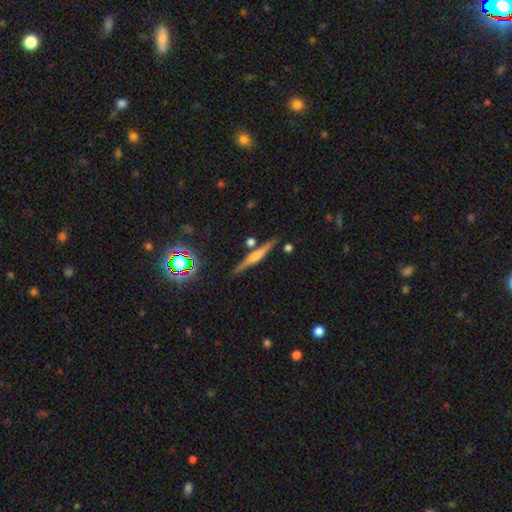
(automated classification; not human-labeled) This is possibly a featured or disk galaxy (56%). It is clearly viewed edge-on (96%). Edge-on bulge: possibly rounded (53%). Merging: clearly none (83%).